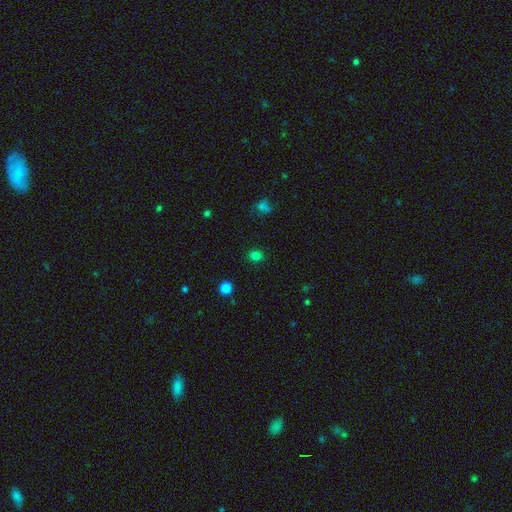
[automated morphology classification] A smooth galaxy with no disk features (80%) that is round (70%). Merging: none (89%).